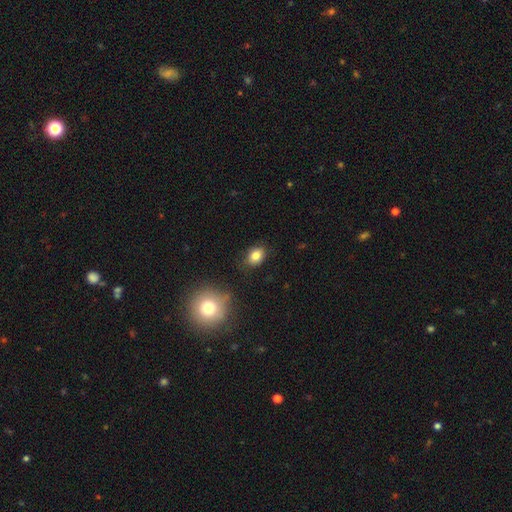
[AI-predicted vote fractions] Q: Smooth or featured?
A: smooth (83%); runner-up: star or artifact (10%)
Q: How rounded?
A: in between (69%); runner-up: round (29%)
Q: Merging?
A: none (82%); runner-up: minor disturbance (13%)